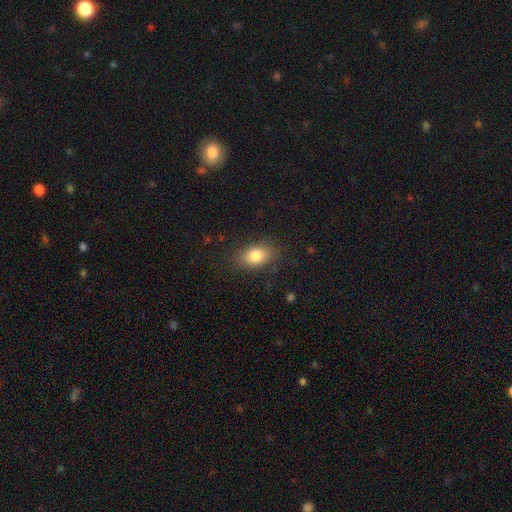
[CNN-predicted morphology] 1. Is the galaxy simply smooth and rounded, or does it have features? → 82% smooth, 10% featured or disk, 9% star or artifact.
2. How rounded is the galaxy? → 83% in between, 15% round, 2% cigar-shaped.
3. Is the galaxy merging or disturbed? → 82% none, 13% minor disturbance, 4% major disturbance, 1% merger.